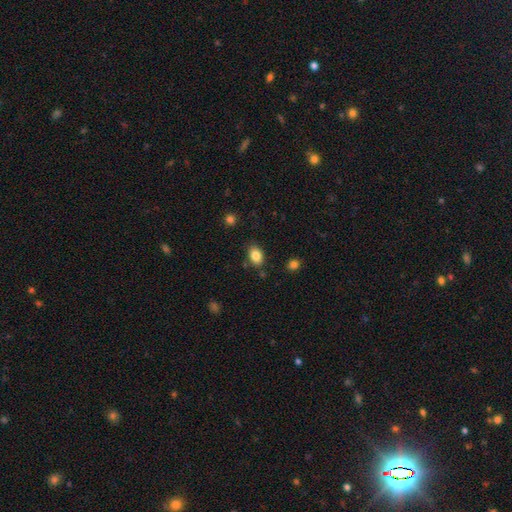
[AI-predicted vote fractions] Smooth or featured?
  - smooth: 85% *
  - star or artifact: 9%
  - featured or disk: 7%
How rounded?
  - in between: 84% *
  - round: 14%
  - cigar-shaped: 1%
Merging?
  - none: 81% *
  - minor disturbance: 13%
  - merger: 3%
  - major disturbance: 3%